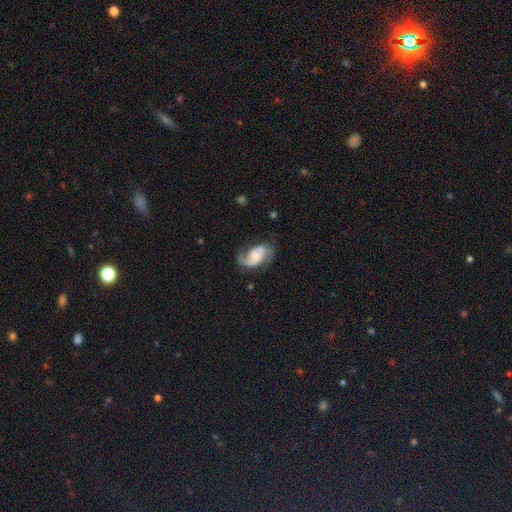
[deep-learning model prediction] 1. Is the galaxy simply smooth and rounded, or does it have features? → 78% featured or disk, 16% smooth, 6% star or artifact.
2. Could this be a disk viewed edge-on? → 97% no, 3% yes.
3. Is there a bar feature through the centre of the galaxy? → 52% no, 38% weak, 10% strong.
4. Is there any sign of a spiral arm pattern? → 94% yes, 6% no.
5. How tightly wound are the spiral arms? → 46% medium, 35% loose, 19% tight.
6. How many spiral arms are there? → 79% 2, 13% 1, 5% can't tell, 1% 3, 1% 4, 1% more than 4.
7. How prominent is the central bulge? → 42% moderate, 32% small, 14% large, 10% none, 2% dominant.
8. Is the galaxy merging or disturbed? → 61% none, 22% minor disturbance, 14% major disturbance, 3% merger.